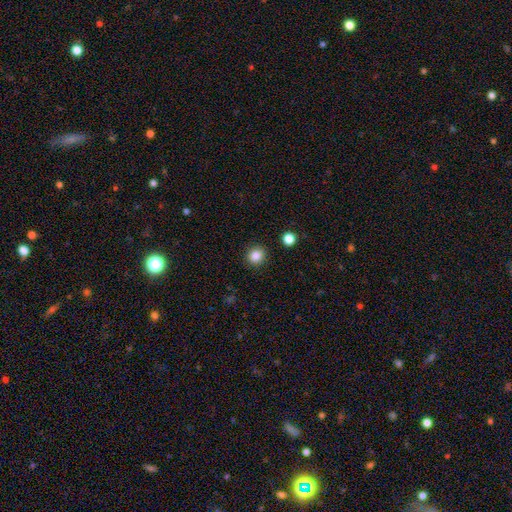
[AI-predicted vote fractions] smooth-or-featured: smooth: 85% | star or artifact: 11% | featured or disk: 4%
  how-rounded: round: 89% | in between: 10% | cigar-shaped: 1%
  merging: none: 91% | minor disturbance: 6% | major disturbance: 2% | merger: 1%